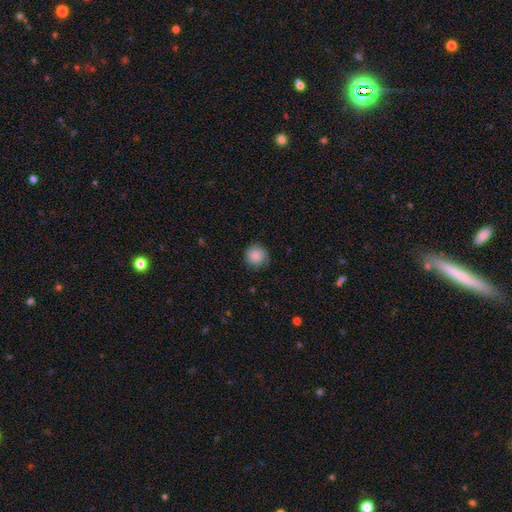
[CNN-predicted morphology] A smooth galaxy with no disk features (83%) that is round (93%). Merging: none (76%).